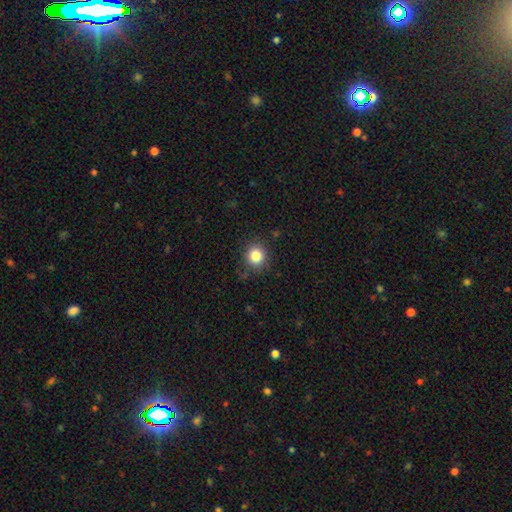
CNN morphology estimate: Smooth or featured? Predicted: smooth (p=0.83). How rounded? Predicted: round (p=0.87). Merging? Predicted: none (p=0.85).